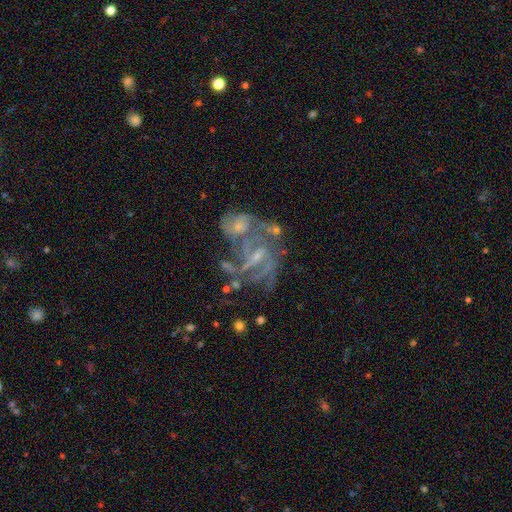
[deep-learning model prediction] smooth-or-featured: featured or disk: 81% | star or artifact: 12% | smooth: 8%
  disk-edge-on: no: 97% | yes: 3%
    bar: weak: 48% | no: 32% | strong: 19%
    has-spiral-arms: yes: 90% | no: 10%
      spiral-winding: medium: 47% | tight: 34% | loose: 19%
      spiral-arm-count: can't tell: 29% | 2: 26% | 3: 22% | 4: 10% | 1: 6% | more than 4: 6%
    bulge-size: small: 57% | moderate: 22% | none: 18% | large: 2% | dominant: 1%
  merging: merger: 42% | none: 28% | major disturbance: 17% | minor disturbance: 12%